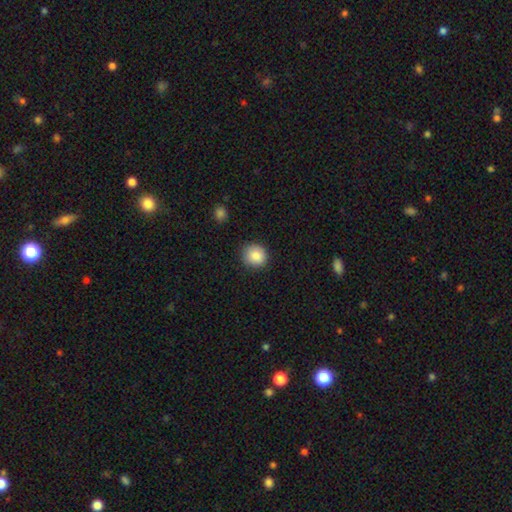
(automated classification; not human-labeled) smooth_or_featured: smooth (p=0.87) [alt: star or artifact p=0.09]
how_rounded: round (p=0.90) [alt: in between p=0.09]
merging: none (p=0.87) [alt: minor disturbance p=0.09]